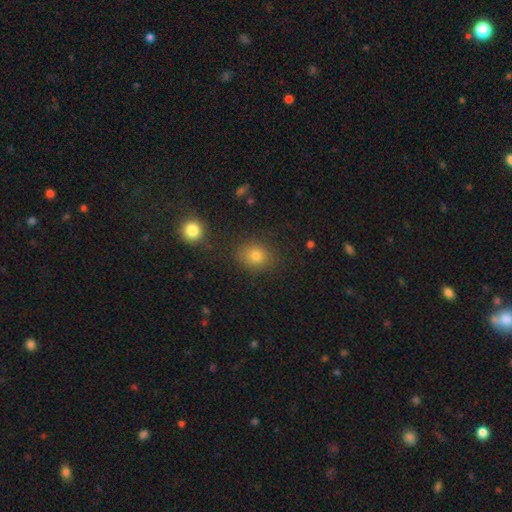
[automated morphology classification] smooth-or-featured: smooth: 78% | star or artifact: 14% | featured or disk: 8%
  how-rounded: round: 58% | in between: 41% | cigar-shaped: 1%
  merging: none: 82% | minor disturbance: 11% | major disturbance: 4% | merger: 3%